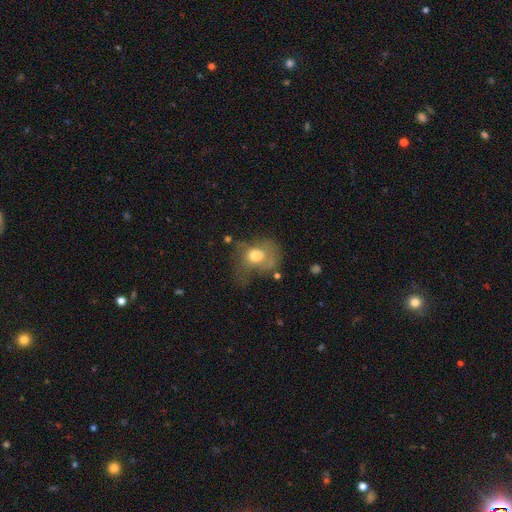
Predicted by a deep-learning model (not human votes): A smooth galaxy with no disk features (57%) that is round (51%). Merging: major disturbance (42%).